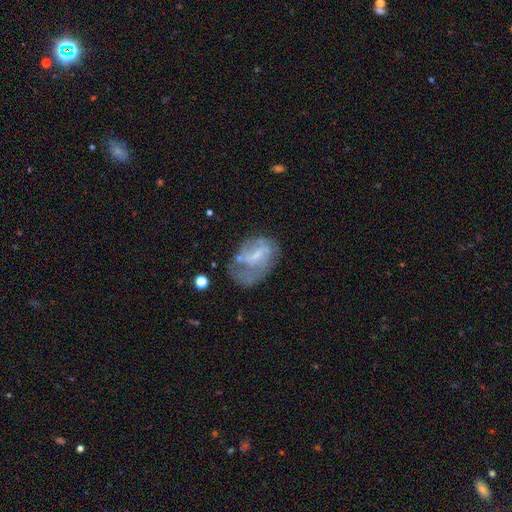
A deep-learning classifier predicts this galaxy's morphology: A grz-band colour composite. It shows a featured or disk galaxy (56%) with a weak bar (46%), spiral arms (52%) and a small central bulge (43%). Merging: none (42%).